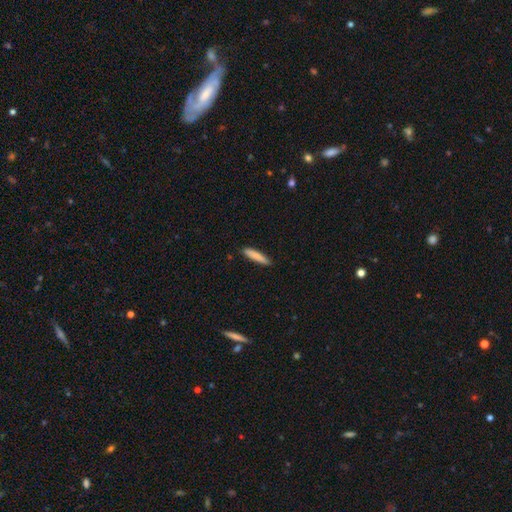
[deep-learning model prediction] This appears to be a smooth galaxy with no disk features (82%) that is cigar-shaped (89%). Merging: none (88%).